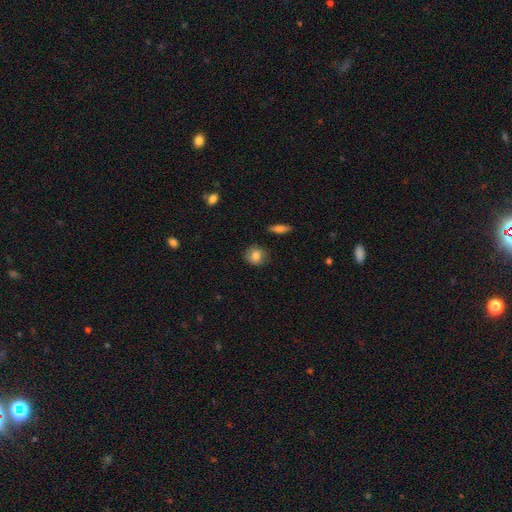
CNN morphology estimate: This is likely a smooth galaxy (75%). How rounded: likely round (73%). Merging: likely none (78%).